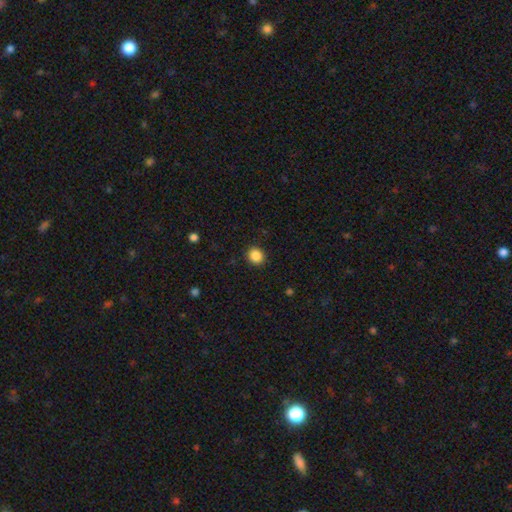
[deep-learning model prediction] Smooth or featured? smooth (87%)
How rounded? round (80%)
Merging? none (91%)